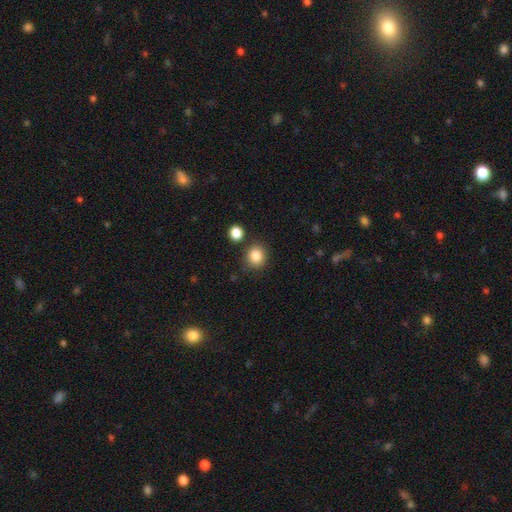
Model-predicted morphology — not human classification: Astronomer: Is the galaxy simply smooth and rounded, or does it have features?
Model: smooth — 85%.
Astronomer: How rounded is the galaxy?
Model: round — 85%.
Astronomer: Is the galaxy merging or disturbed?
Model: none — 83%.